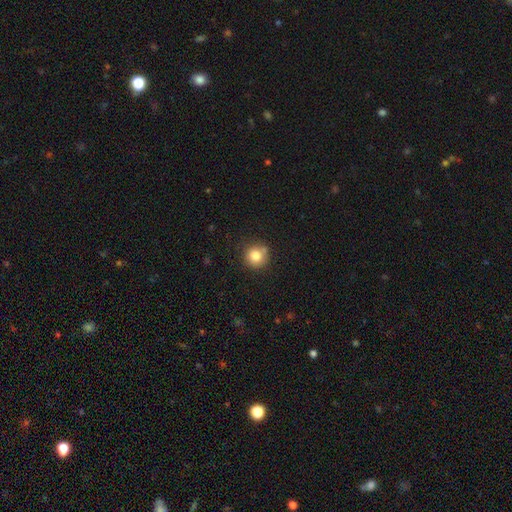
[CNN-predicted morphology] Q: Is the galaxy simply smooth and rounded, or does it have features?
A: smooth — 82%.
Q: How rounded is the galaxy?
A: round — 93%.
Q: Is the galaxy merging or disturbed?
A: none — 76%.